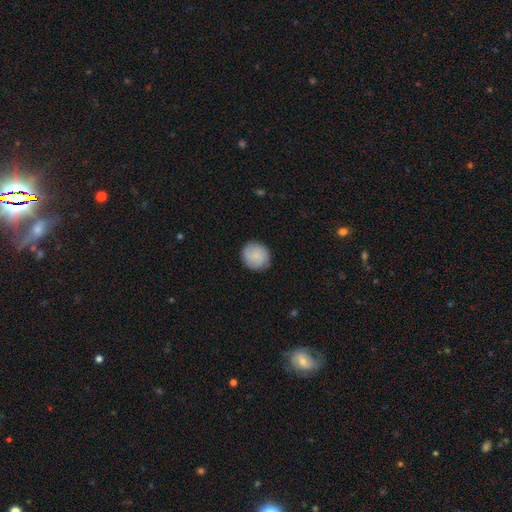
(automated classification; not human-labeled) smooth 76%, featured or disk 17%, star or artifact 7%. Down the decision tree: how rounded — round (84%); merging — none (85%).